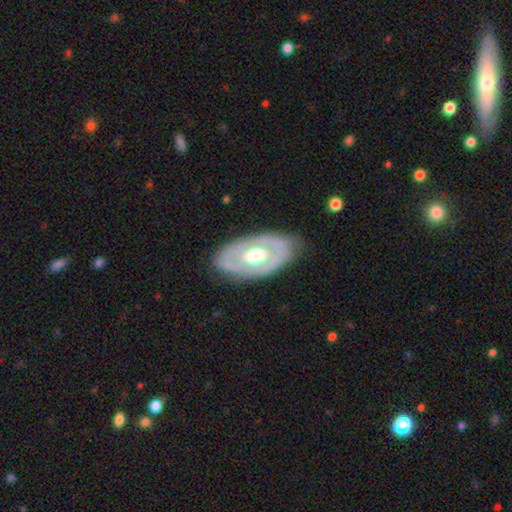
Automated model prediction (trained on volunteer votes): A featured or disk galaxy (66%) with no bar (78%), no spiral arms (77%) and a moderate central bulge (63%).

Vote fractions:
- Smooth or featured? featured or disk: 66% / smooth: 30% / star or artifact: 5%
- Edge-on disk? no: 90% / yes: 10%
- Bar? no: 78% / weak: 16% / strong: 6%
- Spiral arms? no: 77% / yes: 23%
- Bulge size? moderate: 63% / large: 30% / small: 4% / dominant: 2% / none: 1%
- Merging? none: 77% / minor disturbance: 16% / major disturbance: 5% / merger: 1%